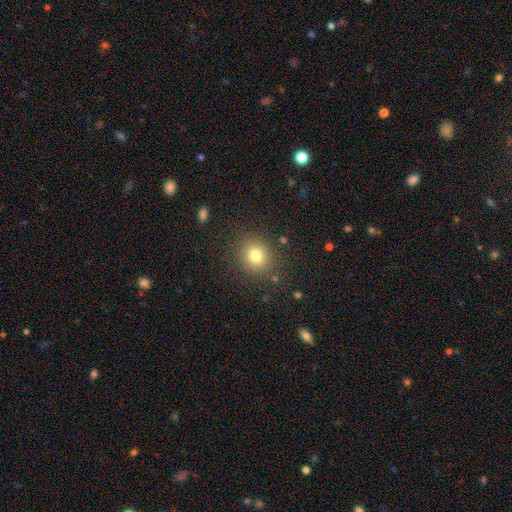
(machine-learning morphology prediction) Smooth or featured: smooth — 77% (star or artifact — 14%)
How rounded: round — 80% (in between — 19%)
Merging: none — 85% (minor disturbance — 9%)